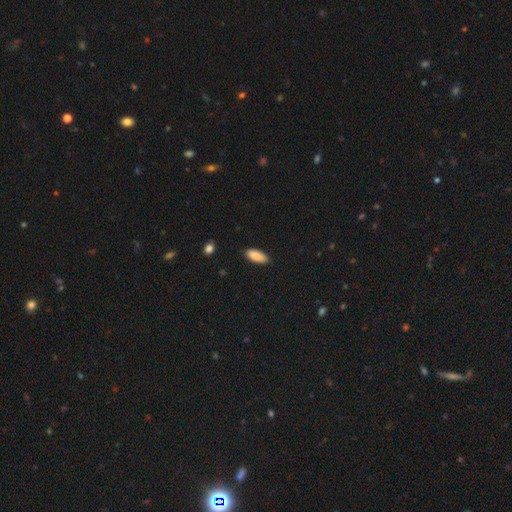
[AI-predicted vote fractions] A smooth galaxy with no disk features (88%) that is in between round and cigar-shaped (85%).

Vote fractions:
- Smooth or featured? smooth: 88% / star or artifact: 6% / featured or disk: 6%
- How rounded? in between: 85% / cigar-shaped: 13% / round: 2%
- Merging? none: 86% / minor disturbance: 11% / major disturbance: 2% / merger: 1%